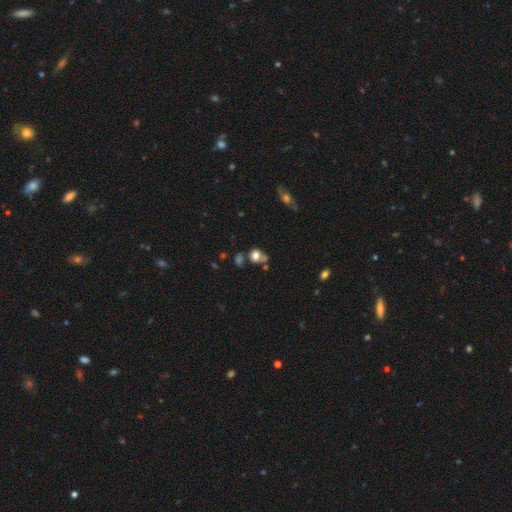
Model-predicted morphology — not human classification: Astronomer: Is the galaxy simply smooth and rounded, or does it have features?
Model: smooth — 69%.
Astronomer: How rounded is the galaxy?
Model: round — 65%.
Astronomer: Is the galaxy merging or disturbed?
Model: none — 47% (runner-up: merger, 25%).